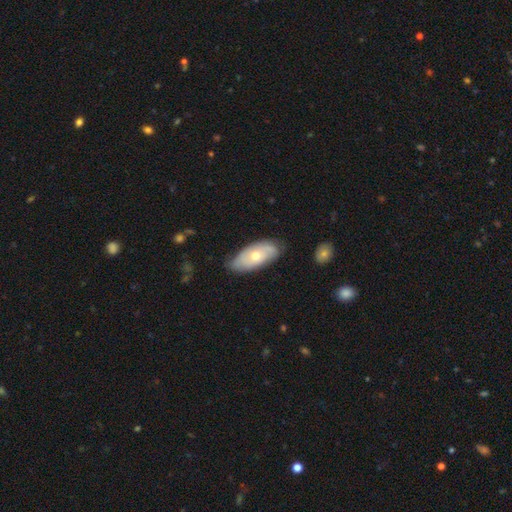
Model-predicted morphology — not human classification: Smooth or featured?
  - smooth: 47% * (tied)
  - featured or disk: 47% * (tied)
  - star or artifact: 6%
Merging?
  - none: 73% *
  - minor disturbance: 22%
  - major disturbance: 4%
  - merger: 1%